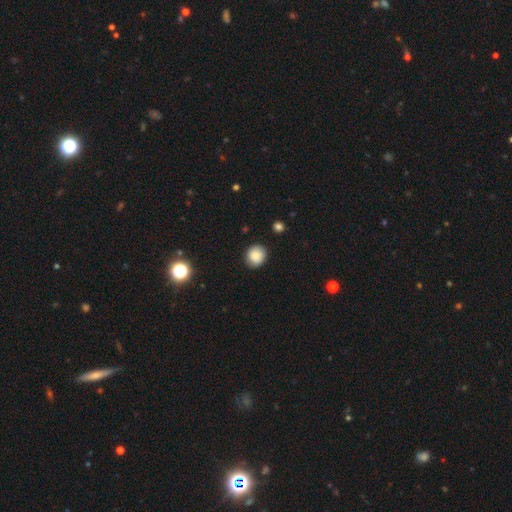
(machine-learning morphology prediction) smooth_or_featured: smooth (p=0.84) [alt: star or artifact p=0.09]
how_rounded: round (p=0.81) [alt: in between p=0.18]
merging: none (p=0.84) [alt: minor disturbance p=0.12]